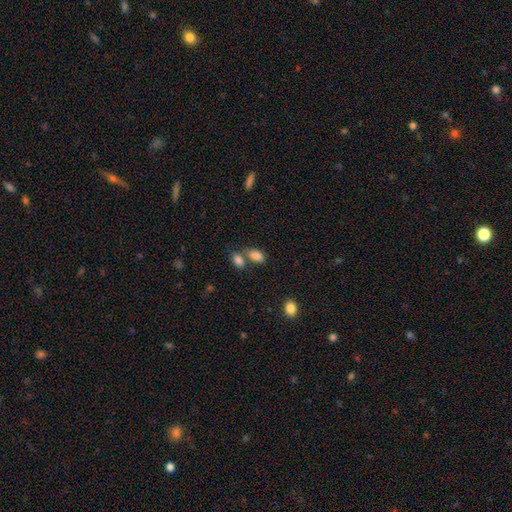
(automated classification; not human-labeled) smooth_or_featured: smooth (p=0.85) [alt: star or artifact p=0.09]
how_rounded: in between (p=0.90) [alt: round p=0.08]
merging: none (p=0.44) [alt: merger p=0.40]